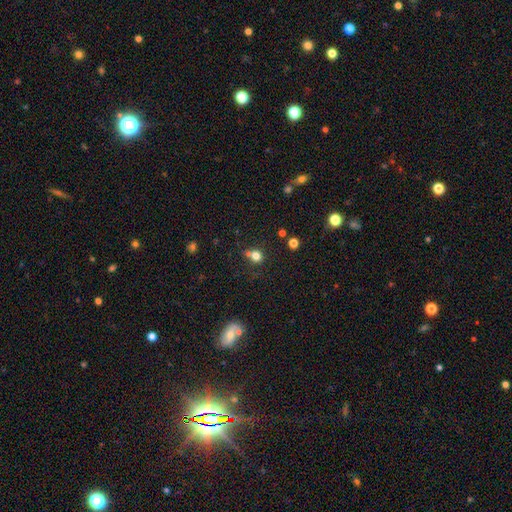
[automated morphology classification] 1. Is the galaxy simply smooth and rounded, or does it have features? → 76% smooth, 16% star or artifact, 8% featured or disk.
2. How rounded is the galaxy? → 81% round, 18% in between, 1% cigar-shaped.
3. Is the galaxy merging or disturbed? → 59% none, 24% merger, 12% minor disturbance, 5% major disturbance.